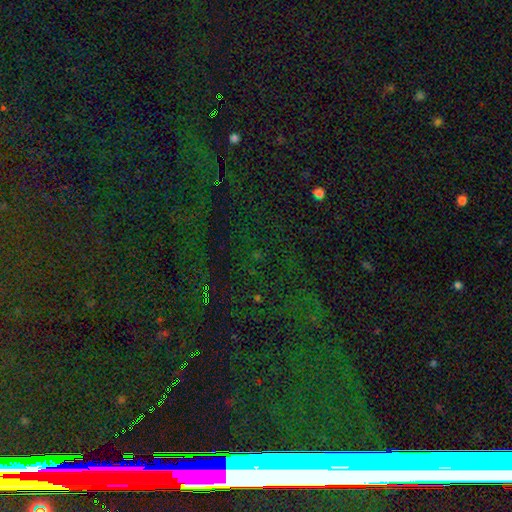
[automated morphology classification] A star or artifact, not a galaxy (76%).

Vote fractions:
- Smooth or featured? star or artifact: 76% / smooth: 15% / featured or disk: 9%